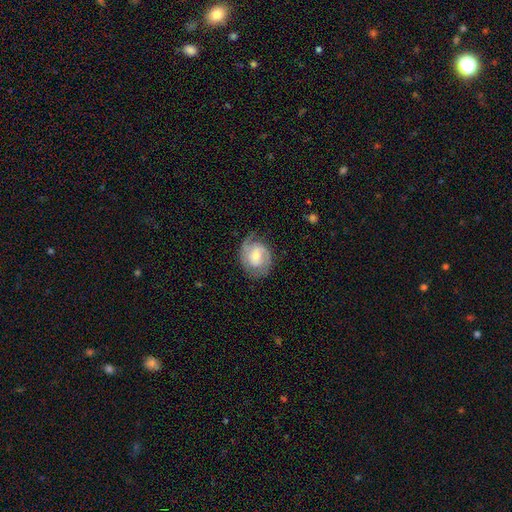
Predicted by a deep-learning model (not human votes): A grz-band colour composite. It shows a featured or disk galaxy (73%) with no bar (50%), 2 (67%) tight (44%) spiral arms (92%) and a moderate central bulge (49%). Merging: none (67%).